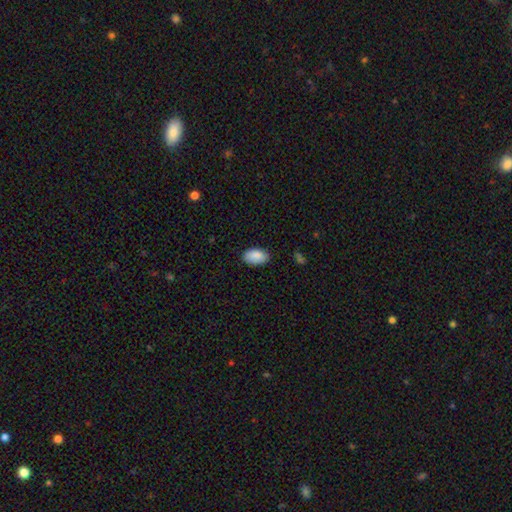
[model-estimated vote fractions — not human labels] The model was most divided on "merging": none: 82%, minor disturbance: 14%, major disturbance: 3%, merger: 1%. More confident: how rounded — in between (94%); smooth or featured — smooth (89%).